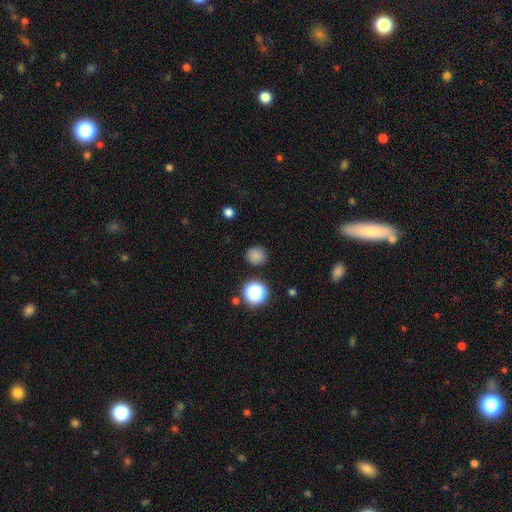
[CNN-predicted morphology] Smooth or featured? Predicted: smooth (p=0.80). How rounded? Predicted: round (p=0.87). Merging? Predicted: none (p=0.87).